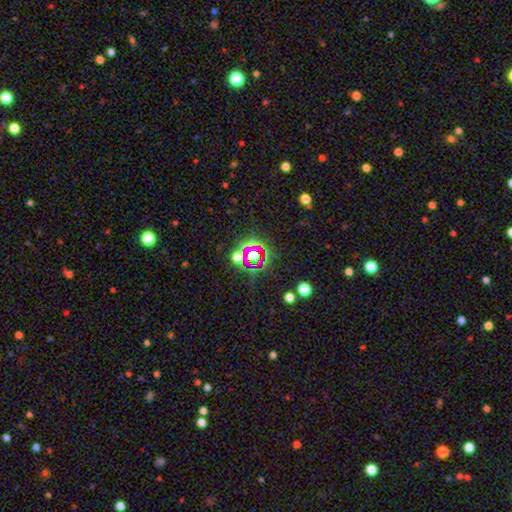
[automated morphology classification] This appears to be a star or artifact, not a galaxy (68%).